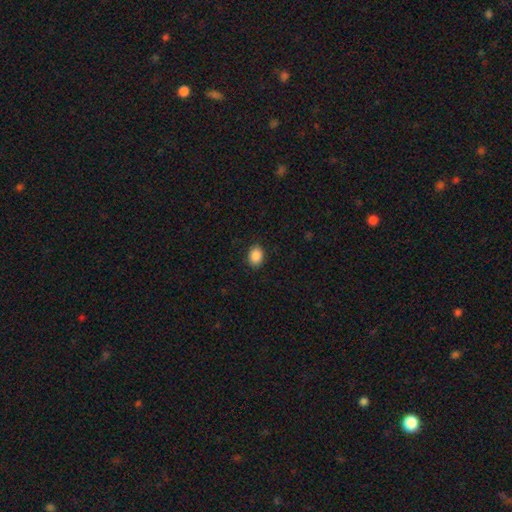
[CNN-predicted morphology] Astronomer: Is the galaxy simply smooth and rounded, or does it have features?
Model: smooth — 89%.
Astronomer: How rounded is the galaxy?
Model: in between — 63%.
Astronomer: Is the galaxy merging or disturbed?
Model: none — 88%.